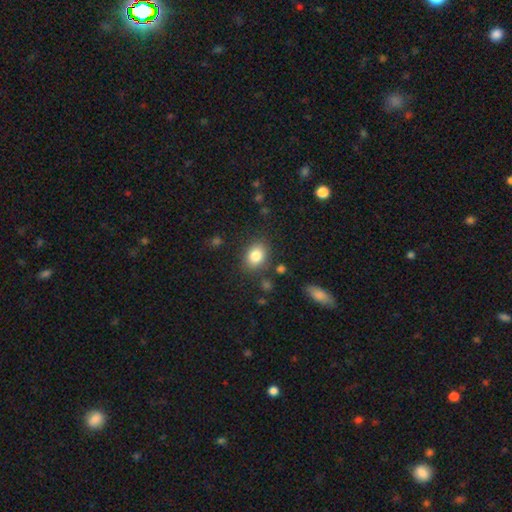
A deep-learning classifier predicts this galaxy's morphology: smooth_or_featured: smooth (p=0.83) [alt: star or artifact p=0.09]
how_rounded: in between (p=0.64) [alt: round p=0.35]
merging: none (p=0.82) [alt: minor disturbance p=0.12]